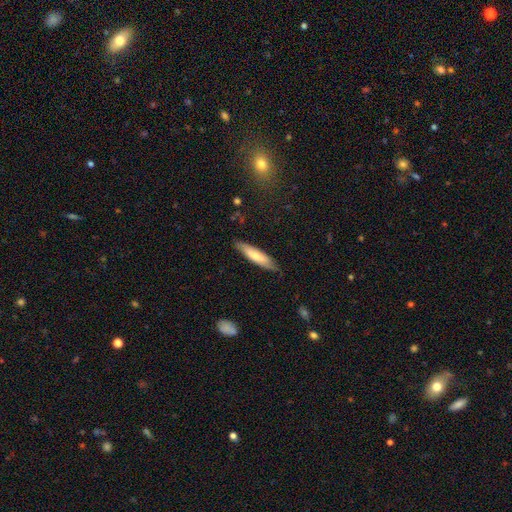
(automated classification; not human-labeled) Smooth or featured? smooth (67%)
How rounded? cigar-shaped (75%)
Merging? none (81%)